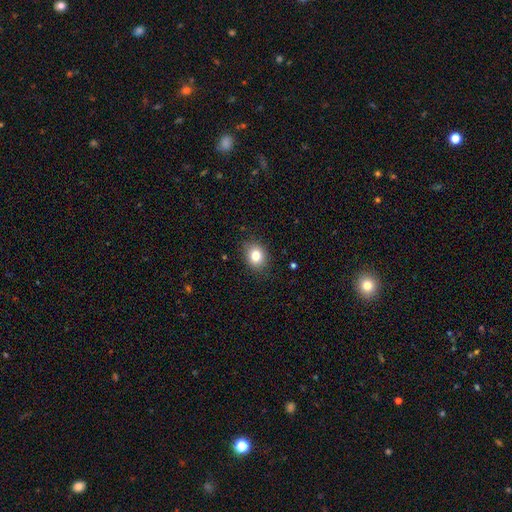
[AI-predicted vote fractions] The model was most divided on "how rounded": round: 53%, in between: 46%, cigar-shaped: 1%. More confident: merging — none (84%); smooth or featured — smooth (81%).